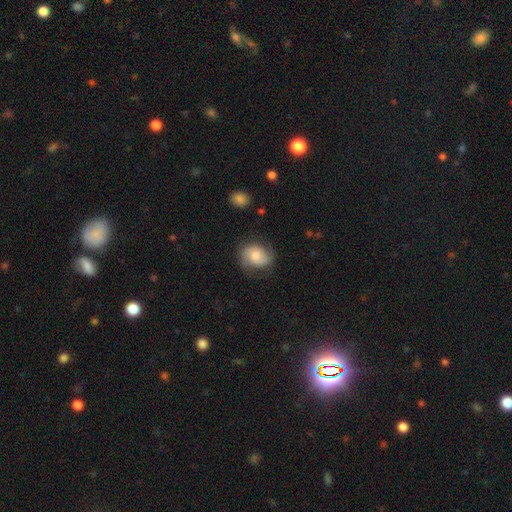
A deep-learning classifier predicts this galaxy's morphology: type=smooth (56%); roundness=round (51%); merging=none (67%).